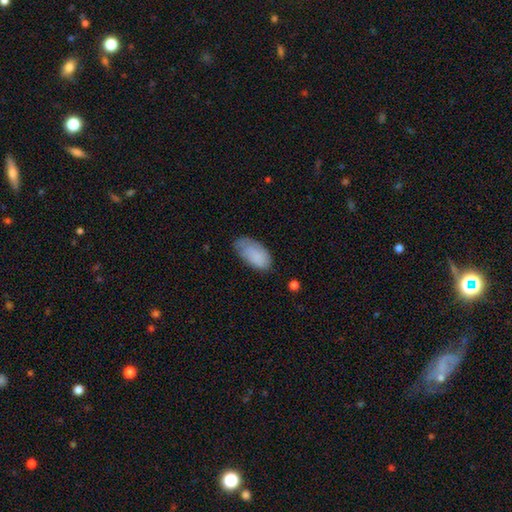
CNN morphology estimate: The model was most divided on "merging": none: 55%, minor disturbance: 33%, major disturbance: 10%, merger: 2%. More confident: how rounded — in between (95%); smooth or featured — smooth (81%).